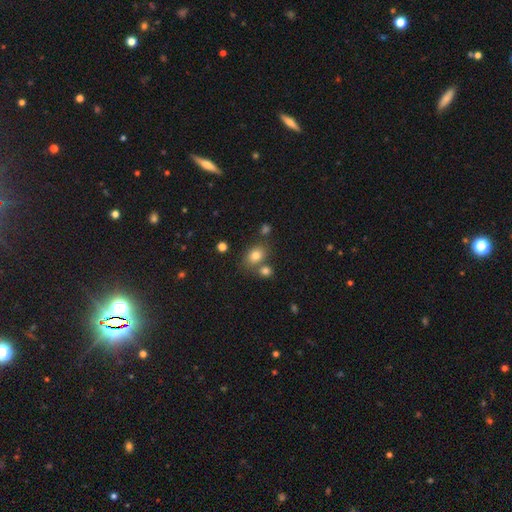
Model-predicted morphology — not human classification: Smooth or featured?
  - smooth: 79% *
  - star or artifact: 11%
  - featured or disk: 10%
How rounded?
  - in between: 62% *
  - round: 37%
  - cigar-shaped: 1%
Merging?
  - none: 64% *
  - merger: 20%
  - minor disturbance: 12%
  - major disturbance: 4%